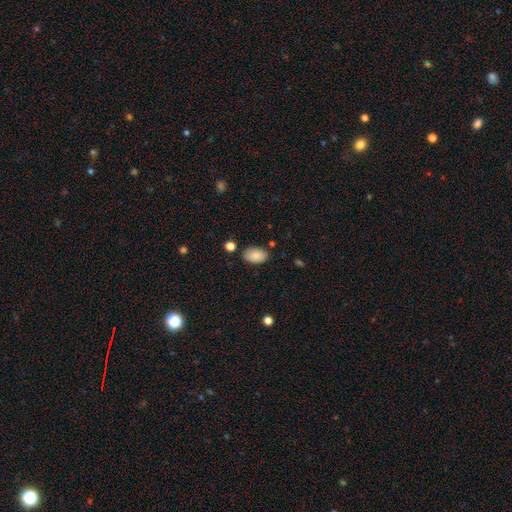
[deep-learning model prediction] A smooth galaxy with no disk features (87%) that is in between round and cigar-shaped (92%).

Vote fractions:
- Smooth or featured? smooth: 87% / star or artifact: 7% / featured or disk: 6%
- How rounded? in between: 92% / round: 7% / cigar-shaped: 1%
- Merging? none: 80% / minor disturbance: 14% / merger: 4% / major disturbance: 3%